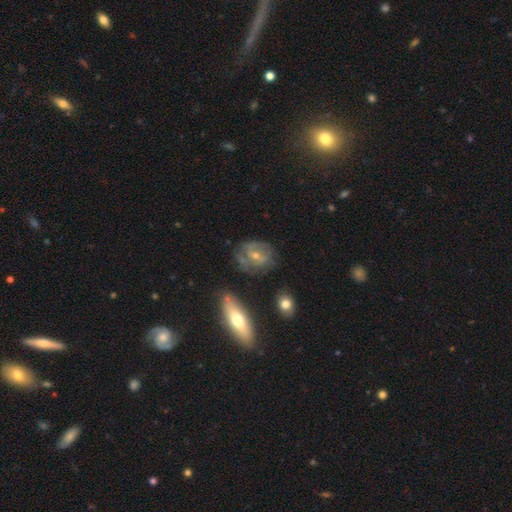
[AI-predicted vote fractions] Q: Smooth or featured?
A: featured or disk (63%); runner-up: smooth (24%)
Q: Edge-on disk?
A: no (91%); runner-up: yes (9%)
Q: Bar?
A: no (52%); runner-up: weak (36%)
Q: Spiral arms?
A: yes (66%); runner-up: no (34%)
Q: Bulge size?
A: small (56%); runner-up: moderate (39%)
Q: Merging?
A: none (69%); runner-up: minor disturbance (19%)